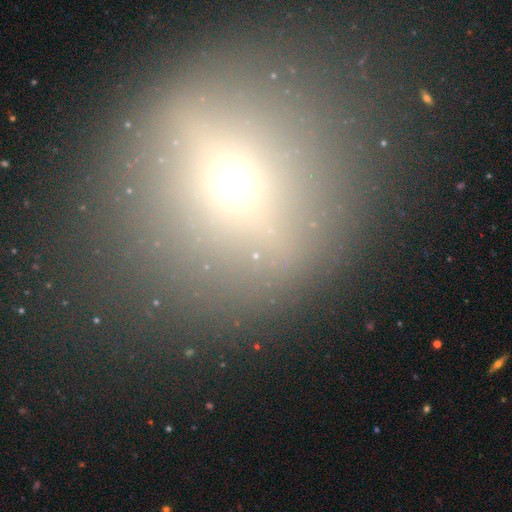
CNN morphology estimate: Smooth or featured: smooth — 47% (featured or disk — 29%)
Merging: none — 84% (minor disturbance — 9%)